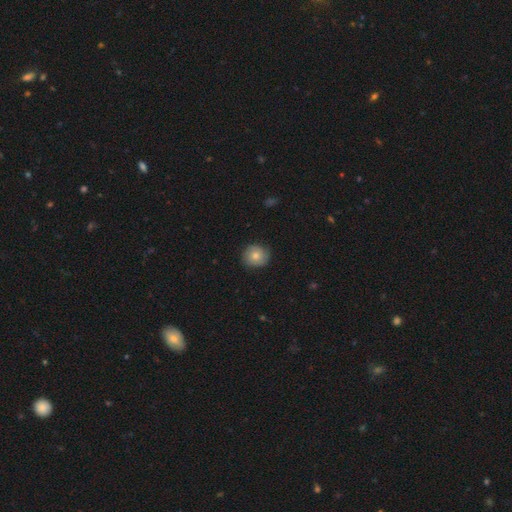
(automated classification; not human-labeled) Overall: smooth (67%). How rounded: round (87%). Merging: none (83%).